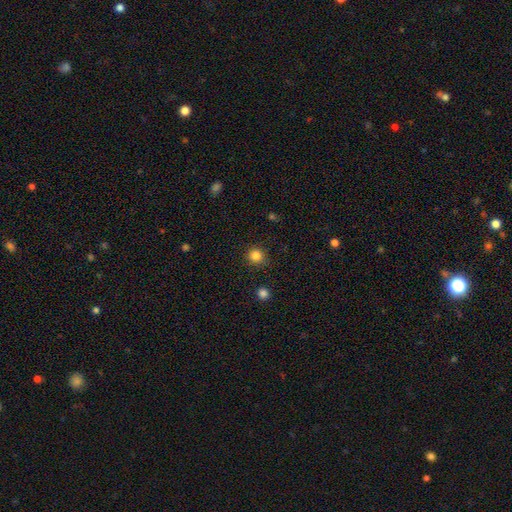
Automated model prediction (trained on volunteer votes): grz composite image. It shows a smooth galaxy with no disk features (84%) that is round (92%). Merging: none (88%).